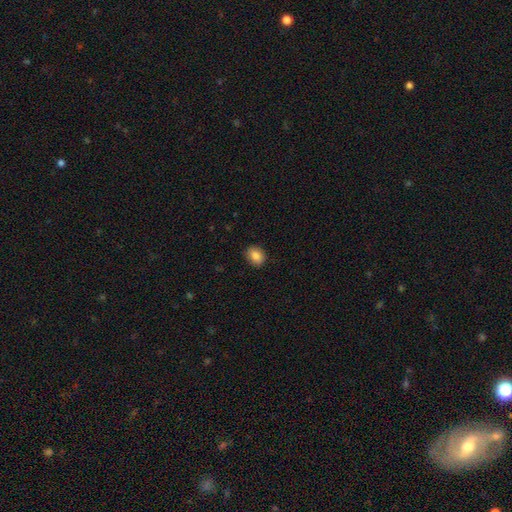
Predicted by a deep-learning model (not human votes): Smooth or featured? Predicted: smooth (p=0.86). How rounded? Predicted: in between (p=0.56). Merging? Predicted: none (p=0.87).